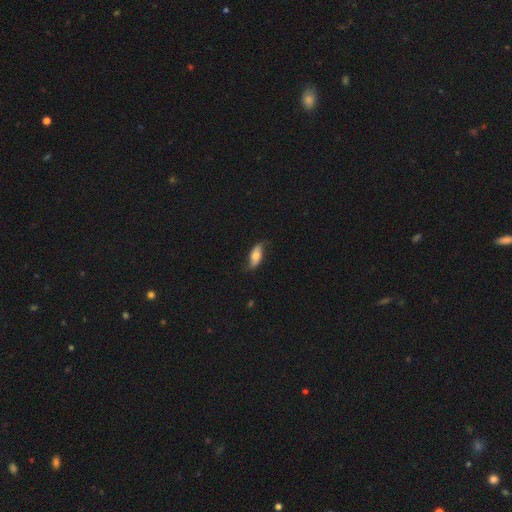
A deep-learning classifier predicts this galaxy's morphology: type=smooth (52%); roundness=in between (81%); merging=none (73%).